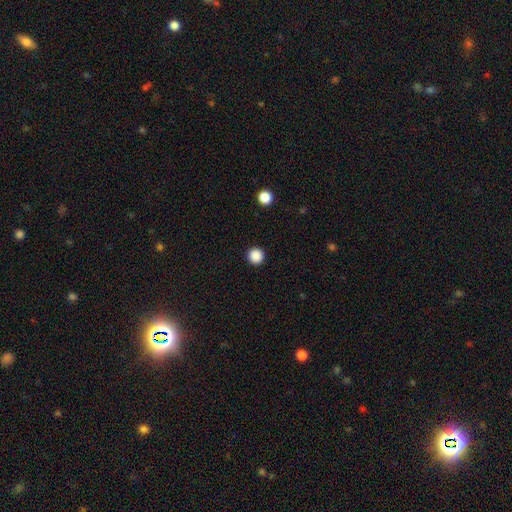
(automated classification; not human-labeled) Smooth or featured: smooth — 87% (star or artifact — 10%)
How rounded: round — 96% (in between — 3%)
Merging: none — 94% (minor disturbance — 4%)